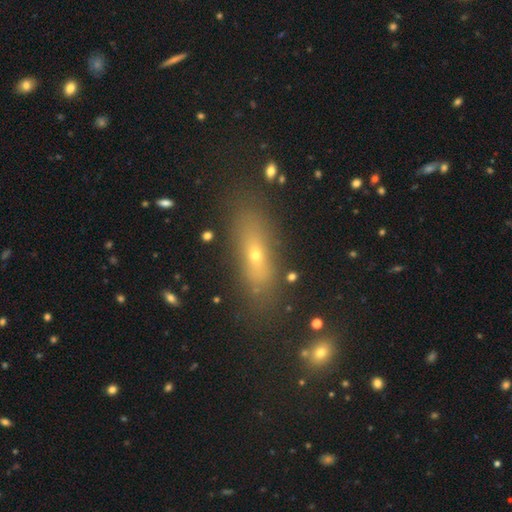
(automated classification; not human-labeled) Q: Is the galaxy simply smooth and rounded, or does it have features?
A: smooth — 57%.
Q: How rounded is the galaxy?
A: in between — 49%.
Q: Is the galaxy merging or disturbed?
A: none — 74%.